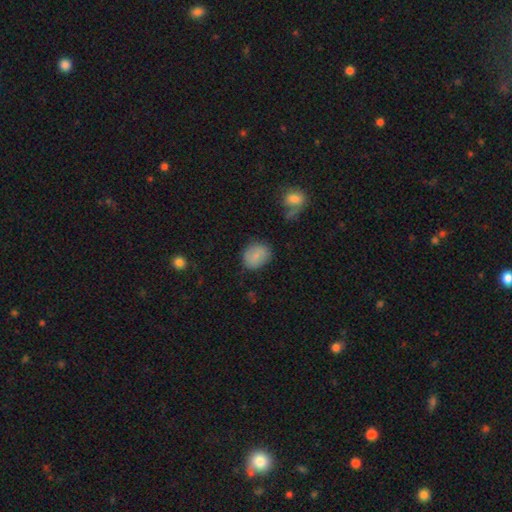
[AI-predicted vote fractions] Overall: smooth (81%). How rounded: round (55%; in between 44%). Merging: none (78%).